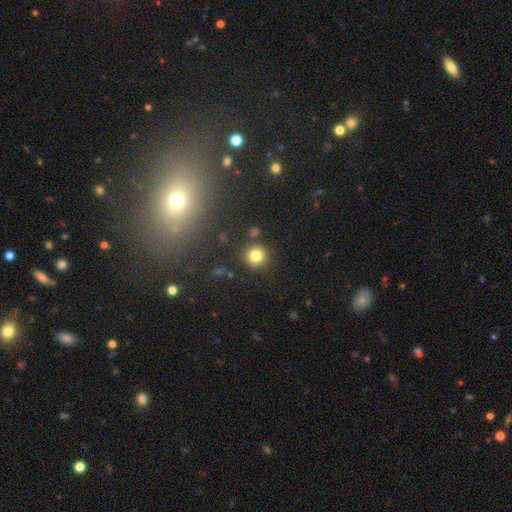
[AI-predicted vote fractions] This is clearly a smooth galaxy (82%). How rounded: clearly round (93%). Merging: clearly none (85%).